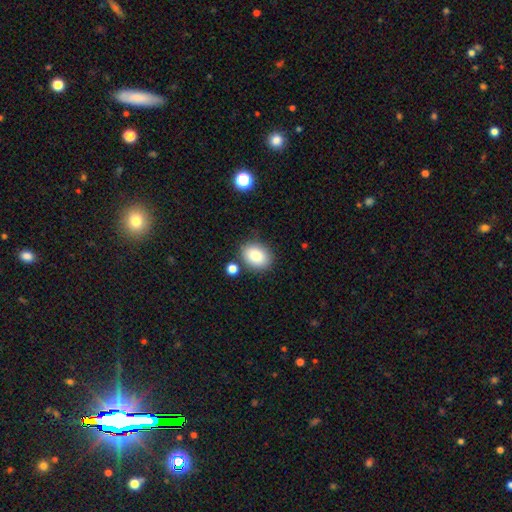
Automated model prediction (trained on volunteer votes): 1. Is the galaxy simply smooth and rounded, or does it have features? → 84% smooth, 9% star or artifact, 8% featured or disk.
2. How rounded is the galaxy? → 70% in between, 29% round, 1% cigar-shaped.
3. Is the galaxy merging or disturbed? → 78% none, 12% minor disturbance, 6% merger, 3% major disturbance.